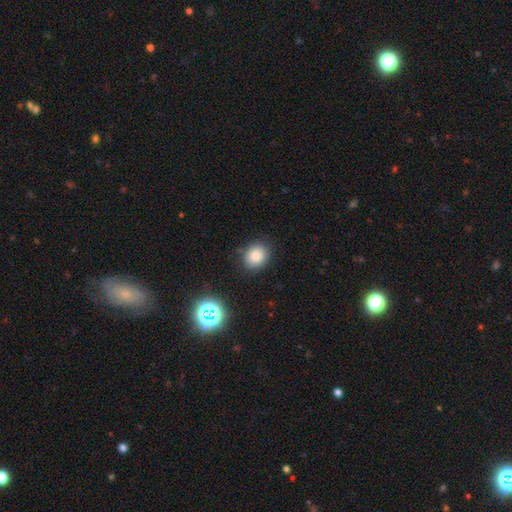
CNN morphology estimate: smooth_or_featured: smooth (p=0.79) [alt: star or artifact p=0.13]
how_rounded: round (p=0.66) [alt: in between p=0.33]
merging: none (p=0.84) [alt: minor disturbance p=0.11]